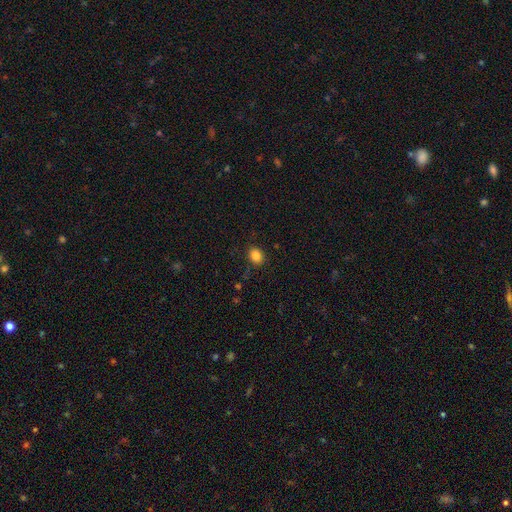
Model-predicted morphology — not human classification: smooth 85%, star or artifact 11%, featured or disk 4%. Down the decision tree: how rounded — round (54%); merging — none (86%).